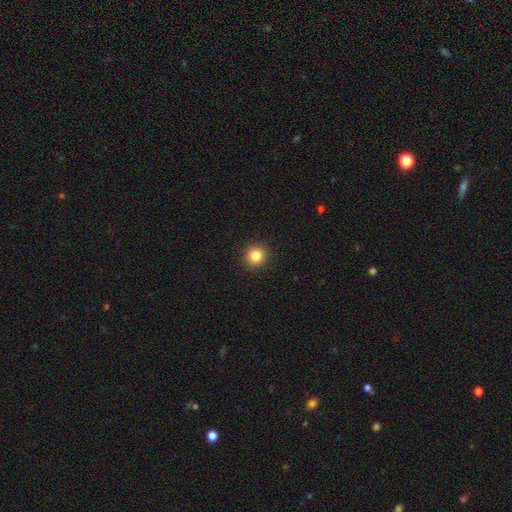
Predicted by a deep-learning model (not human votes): Smooth or featured: smooth — 84% (star or artifact — 11%)
How rounded: round — 92% (in between — 7%)
Merging: none — 93% (minor disturbance — 5%)